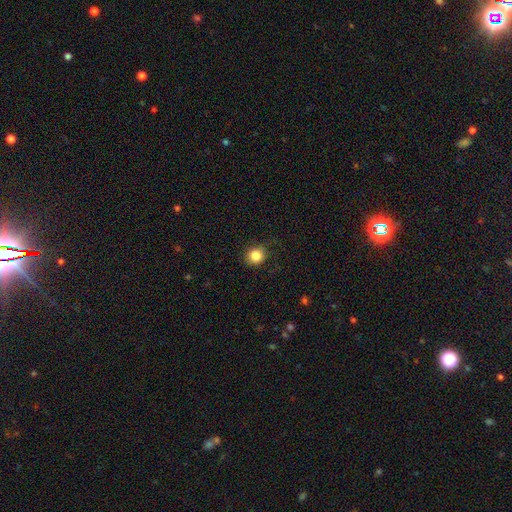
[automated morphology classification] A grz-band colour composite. It shows a smooth galaxy with no disk features (84%) that is round (84%). Merging: none (83%).